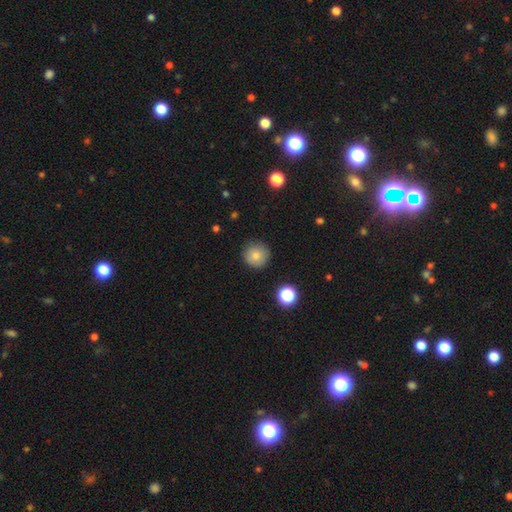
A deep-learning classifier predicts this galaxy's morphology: This appears to be a smooth galaxy with no disk features (79%) that is round (95%). Merging: none (87%).